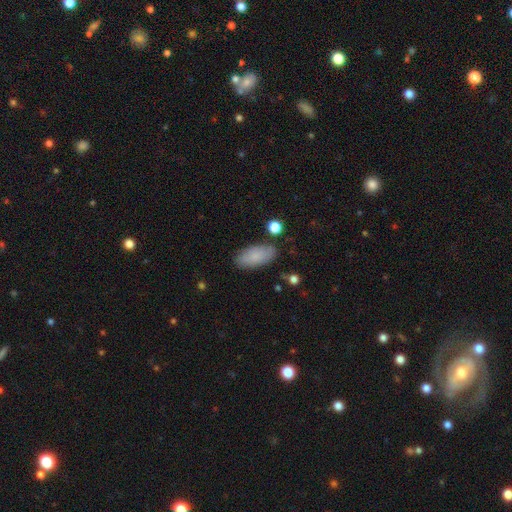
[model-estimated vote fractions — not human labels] Morphology: type=smooth (83%); roundness=in between (90%); merging=none (81%).